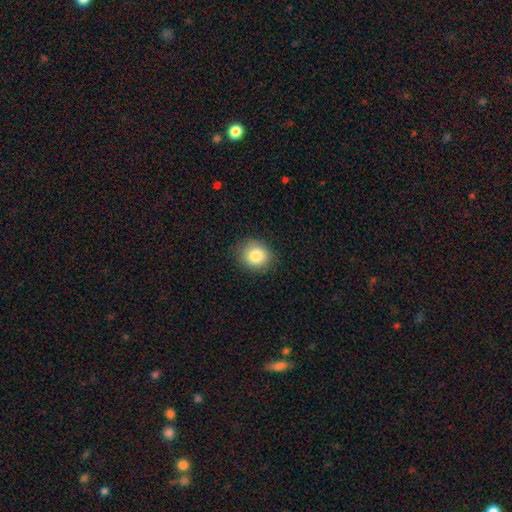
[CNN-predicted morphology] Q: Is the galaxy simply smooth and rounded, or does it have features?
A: smooth — 84%.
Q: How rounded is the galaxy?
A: round — 72%.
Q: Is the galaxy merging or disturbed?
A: none — 86%.